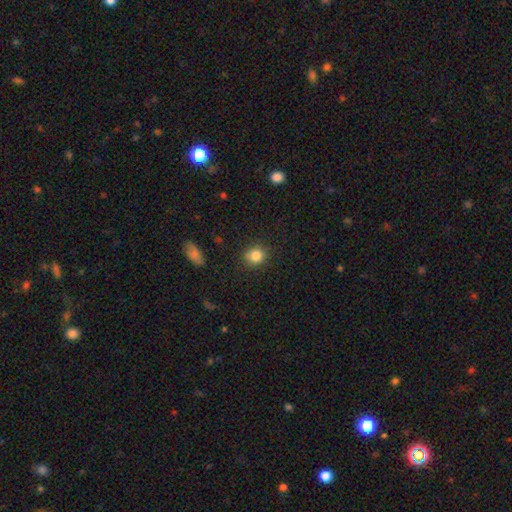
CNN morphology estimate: The model was most divided on "how rounded": round: 81%, in between: 18%, cigar-shaped: 1%. More confident: merging — none (85%); smooth or featured — smooth (84%).